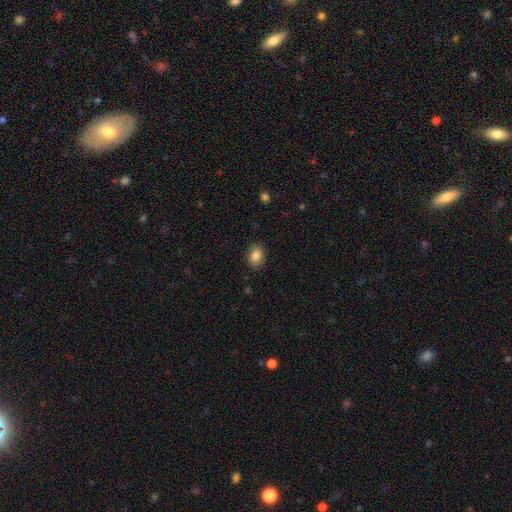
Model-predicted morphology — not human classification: A smooth galaxy with no disk features (84%) that is in between round and cigar-shaped (64%). Merging: none (88%).